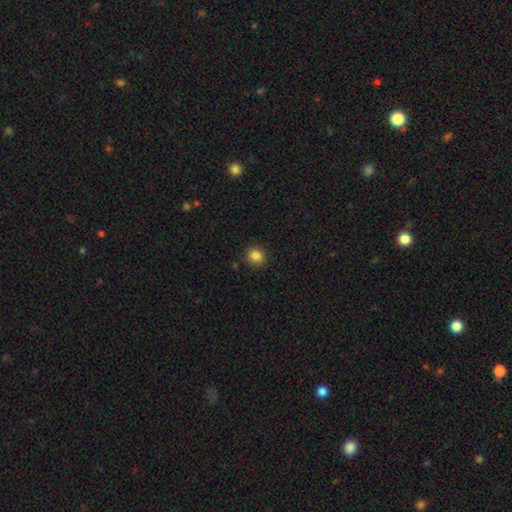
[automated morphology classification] A smooth galaxy with no disk features (85%) that is round (88%). Merging: none (89%).